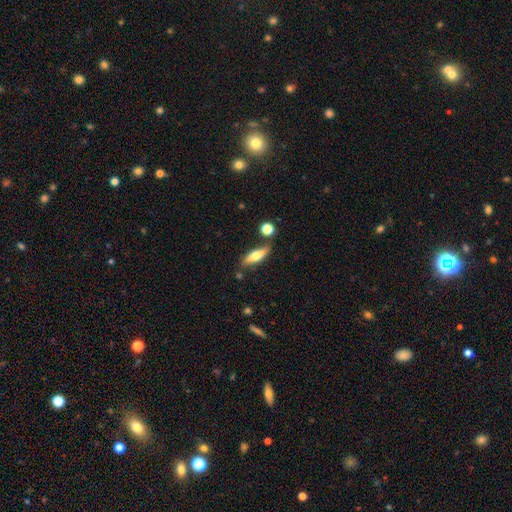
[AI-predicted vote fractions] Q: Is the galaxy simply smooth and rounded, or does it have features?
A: smooth — 58%.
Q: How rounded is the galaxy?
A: cigar-shaped — 53%.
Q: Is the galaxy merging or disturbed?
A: none — 73%.